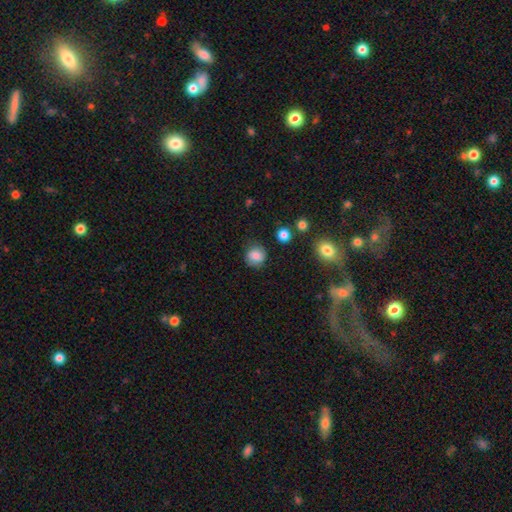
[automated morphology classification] Smooth or featured? Predicted: smooth (p=0.82). How rounded? Predicted: round (p=0.86). Merging? Predicted: none (p=0.81).